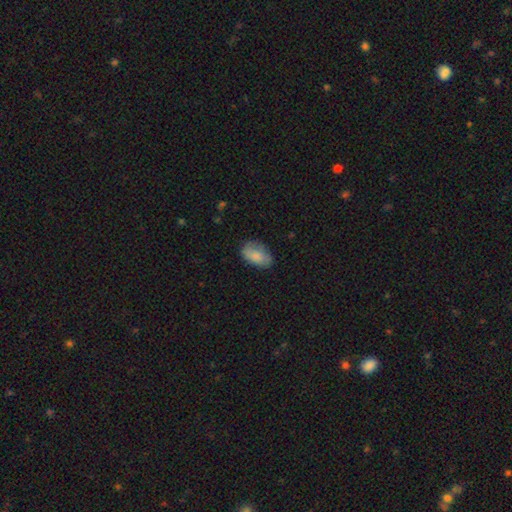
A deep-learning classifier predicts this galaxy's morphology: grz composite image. It shows a smooth galaxy with no disk features (80%) that is in between round and cigar-shaped (92%). Merging: none (69%).